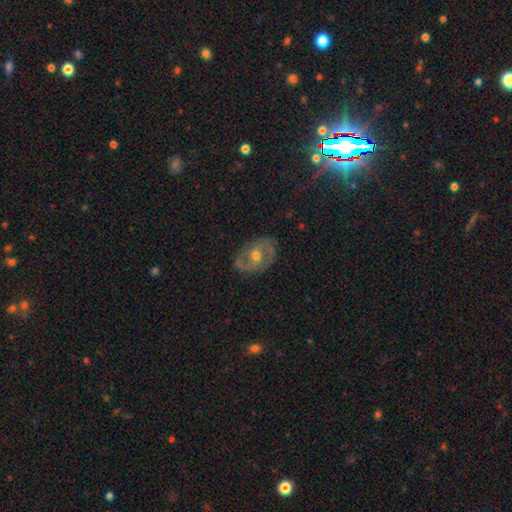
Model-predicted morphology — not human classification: smooth_or_featured: featured or disk (p=0.76) [alt: smooth p=0.14]
disk_edge_on: no (p=0.96) [alt: yes p=0.04]
bar: no (p=0.54) [alt: weak p=0.35]
has_spiral_arms: yes (p=0.83) [alt: no p=0.17]
spiral_winding: medium (p=0.46) [alt: tight p=0.36]
spiral_arm_count: 2 (p=0.78) [alt: can't tell p=0.12]
bulge_size: moderate (p=0.69) [alt: small p=0.26]
merging: none (p=0.80) [alt: minor disturbance p=0.14]